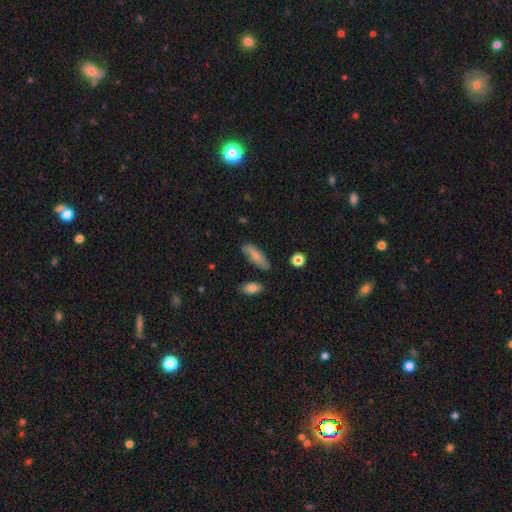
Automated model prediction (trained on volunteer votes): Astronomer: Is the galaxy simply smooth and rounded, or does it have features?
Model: smooth — 75%.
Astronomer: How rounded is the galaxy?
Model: in between — 55% (runner-up: cigar-shaped, 43%).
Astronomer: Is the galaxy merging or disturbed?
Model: none — 70%.